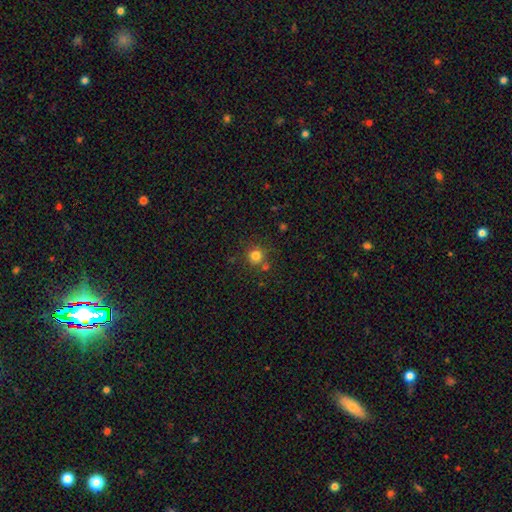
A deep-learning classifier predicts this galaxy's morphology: smooth-or-featured: smooth: 80% | star or artifact: 14% | featured or disk: 6%
  how-rounded: round: 94% | in between: 5% | cigar-shaped: 1%
  merging: none: 78% | merger: 10% | minor disturbance: 9% | major disturbance: 3%